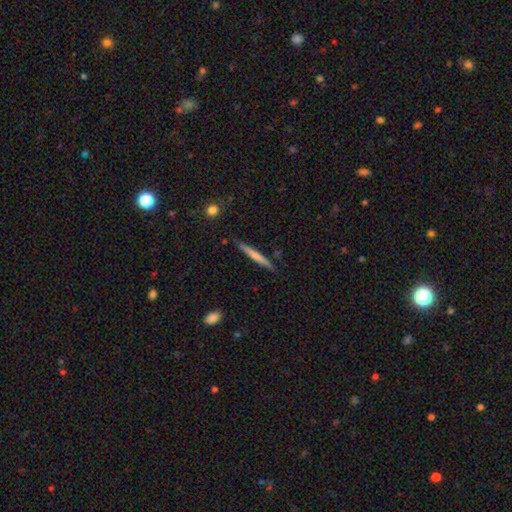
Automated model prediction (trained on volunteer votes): Morphology: type=smooth (63%); roundness=cigar-shaped (96%); merging=none (86%).